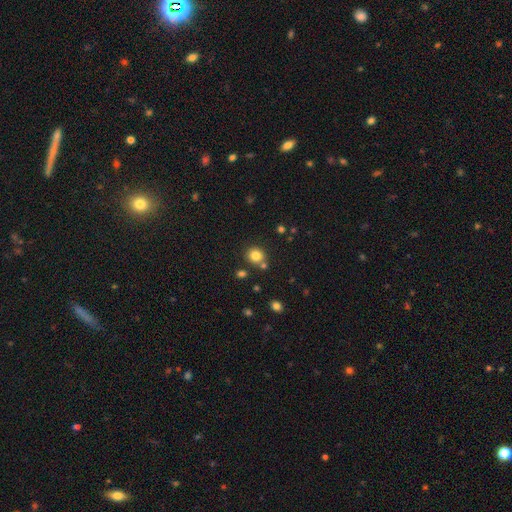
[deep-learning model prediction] Q: Smooth or featured?
A: smooth (82%); runner-up: star or artifact (12%)
Q: How rounded?
A: round (83%); runner-up: in between (16%)
Q: Merging?
A: none (75%); runner-up: merger (13%)